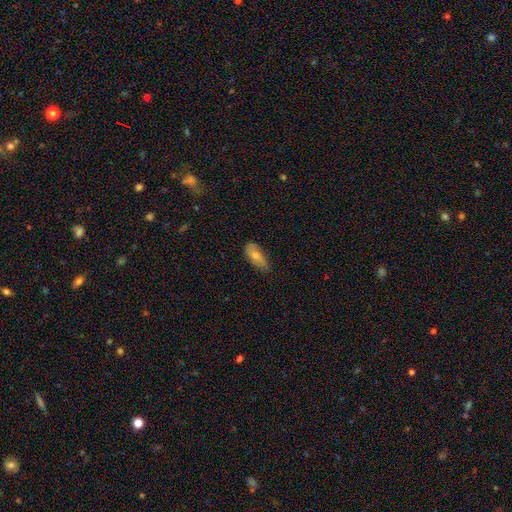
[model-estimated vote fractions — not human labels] This appears to be a smooth galaxy with no disk features (73%) that is in between round and cigar-shaped (84%). Merging: none (63%).